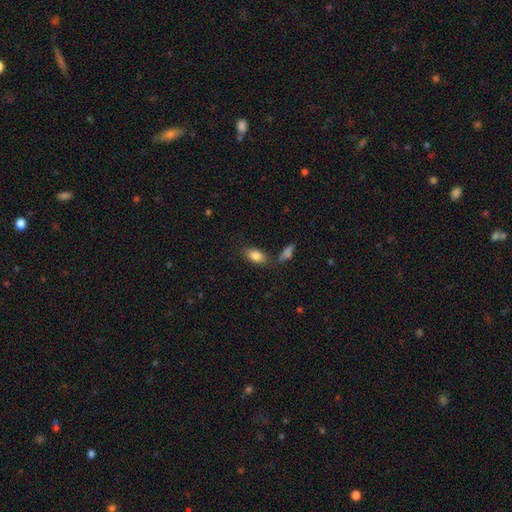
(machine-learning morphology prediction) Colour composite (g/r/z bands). It shows a smooth galaxy with no disk features (83%) that is in between round and cigar-shaped (89%). Merging: none (73%).